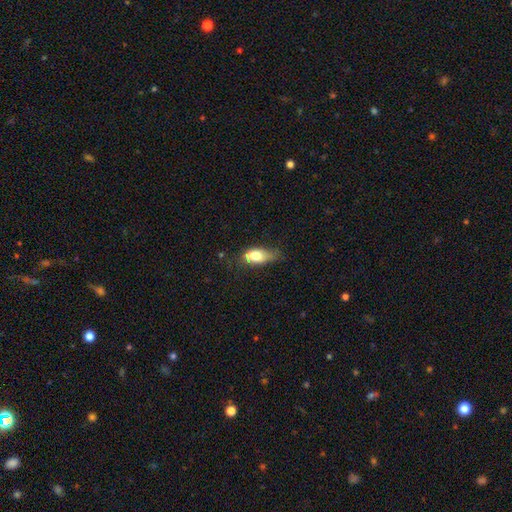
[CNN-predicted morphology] This is likely a smooth galaxy (73%). How rounded: clearly in between (86%). Merging: marginally minor disturbance (41%).